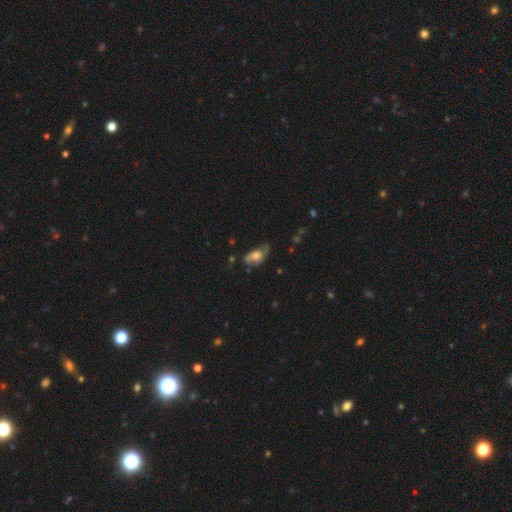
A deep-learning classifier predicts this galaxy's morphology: smooth_or_featured: smooth (p=0.50) [alt: featured or disk p=0.41]
merging: none (p=0.46) [alt: minor disturbance p=0.33]